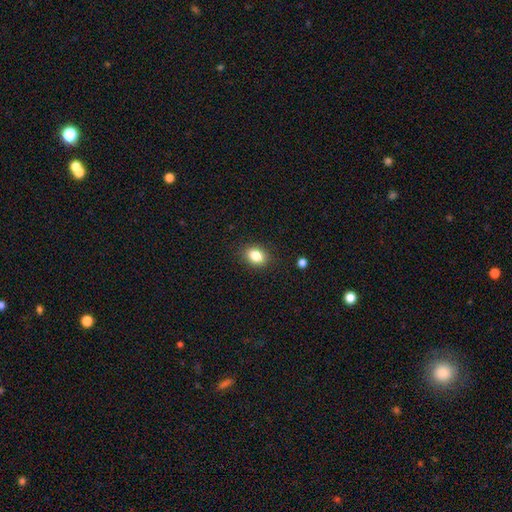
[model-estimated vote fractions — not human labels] This is clearly a smooth galaxy (84%). How rounded: likely in between (69%). Merging: clearly none (87%).